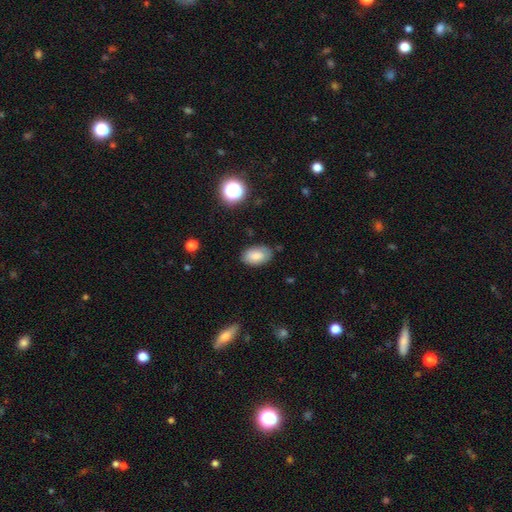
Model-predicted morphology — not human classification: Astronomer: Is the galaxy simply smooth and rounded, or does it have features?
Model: smooth — 82%.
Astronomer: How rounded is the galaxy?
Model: in between — 92%.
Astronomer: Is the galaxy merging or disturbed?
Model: none — 80%.